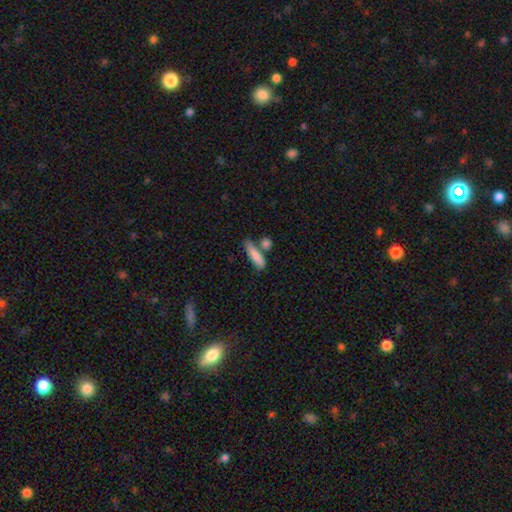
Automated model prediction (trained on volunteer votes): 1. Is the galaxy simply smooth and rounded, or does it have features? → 81% smooth, 12% featured or disk, 7% star or artifact.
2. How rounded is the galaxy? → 65% cigar-shaped, 32% in between, 3% round.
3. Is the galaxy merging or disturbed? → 57% none, 22% merger, 16% minor disturbance, 5% major disturbance.